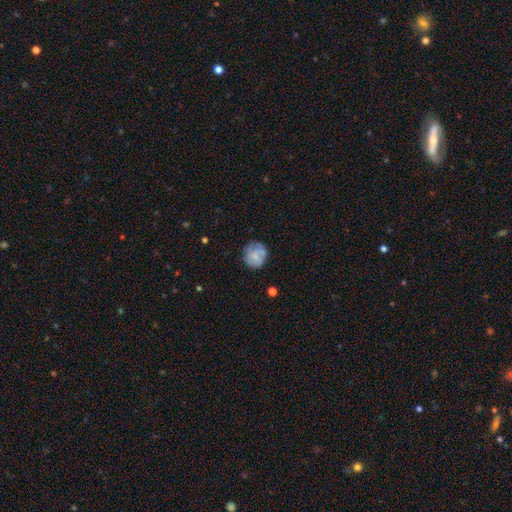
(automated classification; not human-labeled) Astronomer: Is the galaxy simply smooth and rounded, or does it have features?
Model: smooth — 47% (runner-up: featured or disk, 44%).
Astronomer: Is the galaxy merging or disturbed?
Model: none — 62%.